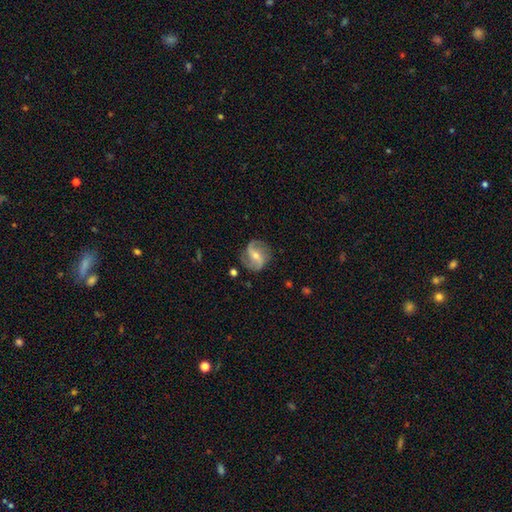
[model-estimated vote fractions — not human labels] A featured or disk galaxy (79%) with a strong bar (40%), 2 (81%) medium (40%, tied with loose) spiral arms (92%) and a small central bulge (49%).

Vote fractions:
- Smooth or featured? featured or disk: 79% / smooth: 14% / star or artifact: 7%
- Edge-on disk? no: 96% / yes: 4%
- Bar? strong: 40% / weak: 38% / no: 22%
- Spiral arms? yes: 92% / no: 8%
- Spiral winding? medium: 40% (tied) / loose: 40% (tied) / tight: 20%
- Spiral arm count? 2: 81% / can't tell: 7% / 3: 5% / 1: 3% / 4: 2% / more than 4: 2%
- Bulge size? small: 49% / moderate: 47% / large: 2% / none: 2% / dominant: 1%
- Merging? none: 78% / minor disturbance: 14% / major disturbance: 5% / merger: 2%